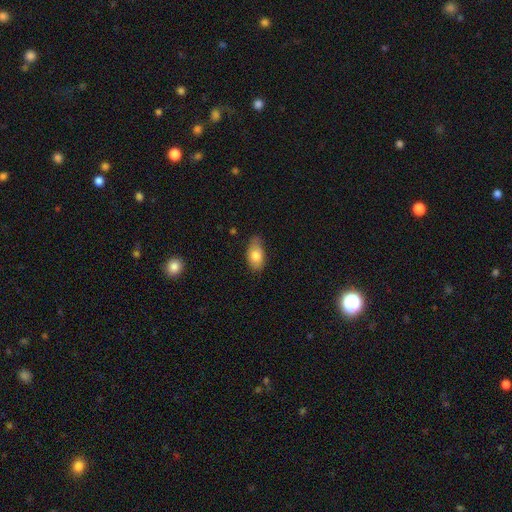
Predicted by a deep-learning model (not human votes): A smooth galaxy with no disk features (78%) that is in between round and cigar-shaped (91%).

Vote fractions:
- Smooth or featured? smooth: 78% / featured or disk: 15% / star or artifact: 7%
- How rounded? in between: 91% / round: 6% / cigar-shaped: 3%
- Merging? none: 70% / minor disturbance: 25% / major disturbance: 4% / merger: 1%